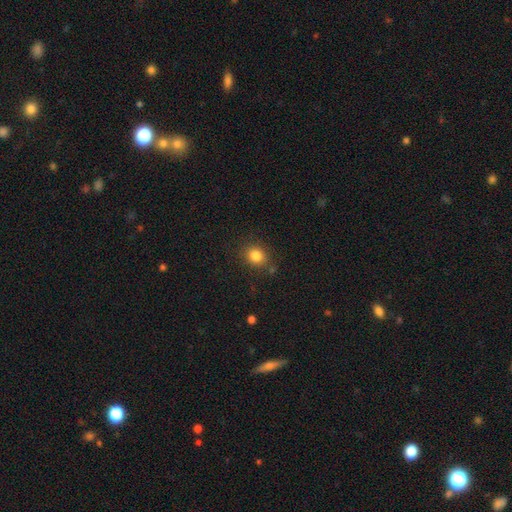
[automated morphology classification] smooth-or-featured: smooth: 83% | star or artifact: 11% | featured or disk: 5%
  how-rounded: round: 71% | in between: 28% | cigar-shaped: 1%
  merging: none: 80% | minor disturbance: 12% | merger: 4% | major disturbance: 4%